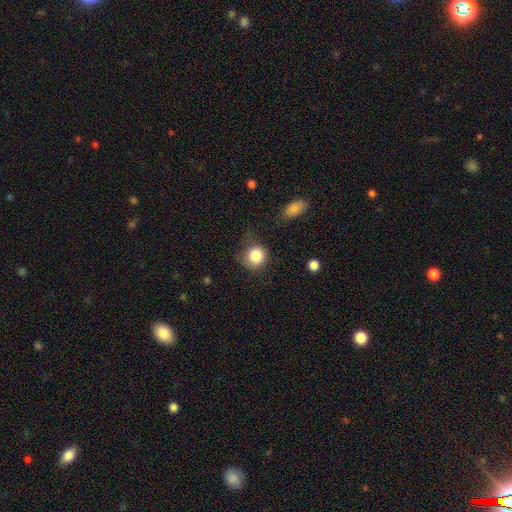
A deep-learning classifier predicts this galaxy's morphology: The model was most divided on "merging": none: 65%, minor disturbance: 23%, major disturbance: 9%, merger: 3%. More confident: how rounded — round (86%); smooth or featured — smooth (84%).